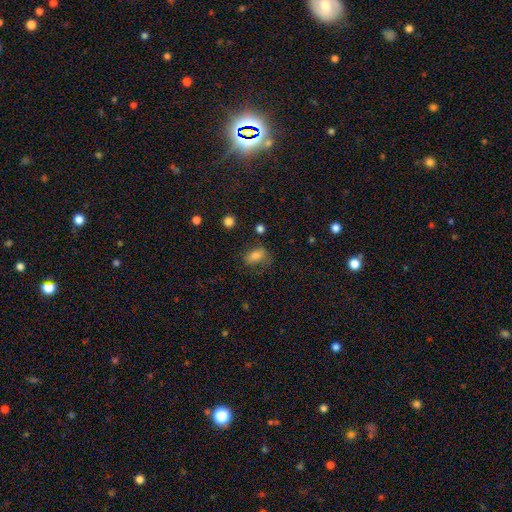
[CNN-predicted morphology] A smooth galaxy with no disk features (77%) that is in between round and cigar-shaped (84%).

Vote fractions:
- Smooth or featured? smooth: 77% / star or artifact: 12% / featured or disk: 12%
- How rounded? in between: 84% / round: 10% / cigar-shaped: 5%
- Merging? none: 54% / minor disturbance: 27% / major disturbance: 16% / merger: 3%